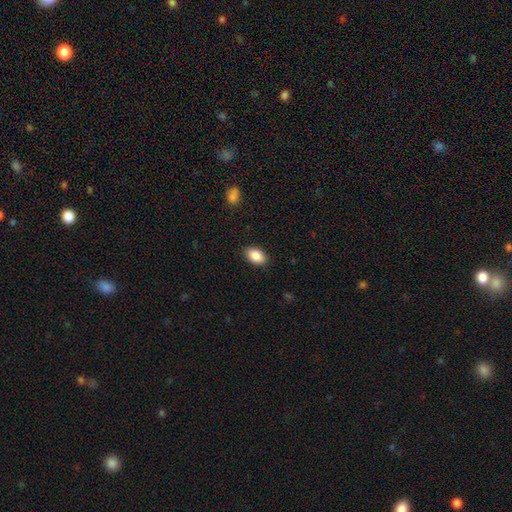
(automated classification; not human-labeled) Smooth or featured? smooth (88%)
How rounded? in between (88%)
Merging? none (88%)